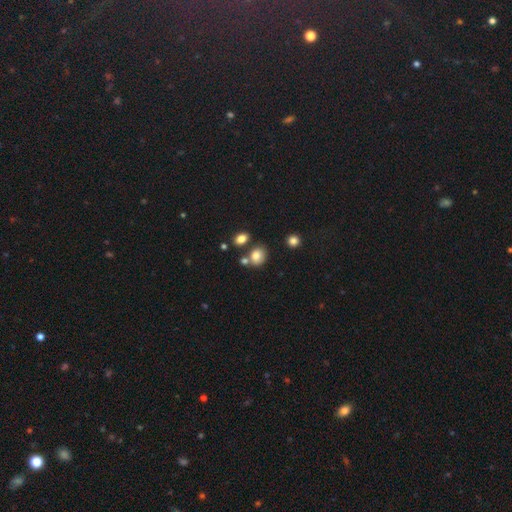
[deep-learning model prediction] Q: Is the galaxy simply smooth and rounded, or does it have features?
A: smooth — 80%.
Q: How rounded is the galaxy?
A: round — 51%.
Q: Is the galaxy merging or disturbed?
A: none — 60%.